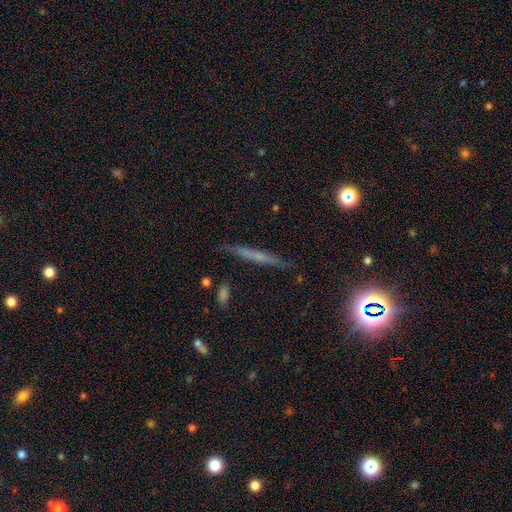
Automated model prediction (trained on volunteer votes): smooth_or_featured: featured or disk (p=0.45) [alt: smooth p=0.43]
merging: none (p=0.84) [alt: minor disturbance p=0.11]